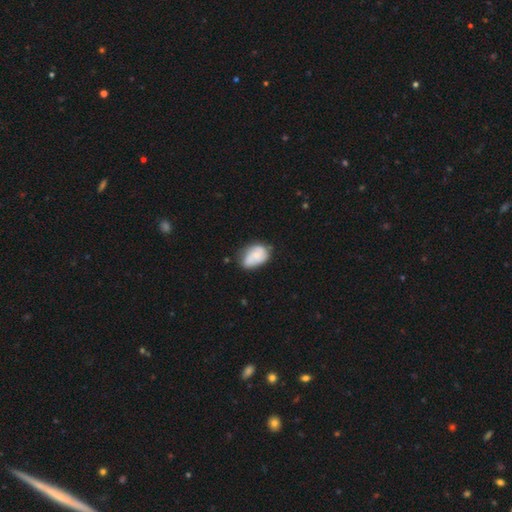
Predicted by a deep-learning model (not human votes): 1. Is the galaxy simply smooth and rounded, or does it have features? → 54% smooth, 39% featured or disk, 7% star or artifact.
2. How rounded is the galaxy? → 83% in between, 16% round, 1% cigar-shaped.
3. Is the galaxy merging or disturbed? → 49% none, 35% minor disturbance, 11% major disturbance, 4% merger.